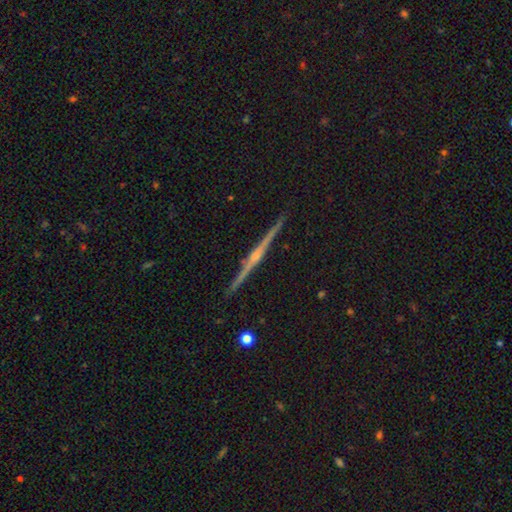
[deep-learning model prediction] A featured or disk galaxy (86%) viewed edge-on (99%) with a rounded central bulge (78%).

Vote fractions:
- Smooth or featured? featured or disk: 86% / smooth: 8% / star or artifact: 6%
- Edge-on disk? yes: 99% / no: 1%
- Edge-on bulge? rounded: 78% / none: 14% / boxy: 8%
- Merging? none: 93% / minor disturbance: 5% / major disturbance: 1% / merger: 1%